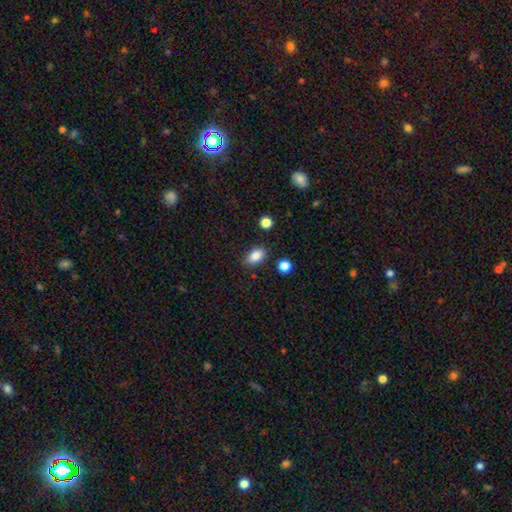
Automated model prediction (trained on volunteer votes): smooth_or_featured: smooth (p=0.86) [alt: star or artifact p=0.09]
how_rounded: in between (p=0.83) [alt: round p=0.15]
merging: none (p=0.80) [alt: minor disturbance p=0.14]